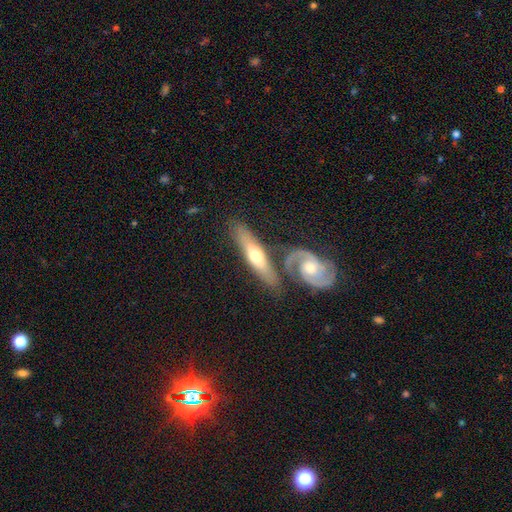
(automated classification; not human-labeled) This is likely a featured or disk galaxy (60%). It is possibly viewed edge-on (58%). Merging: possibly none (59%).